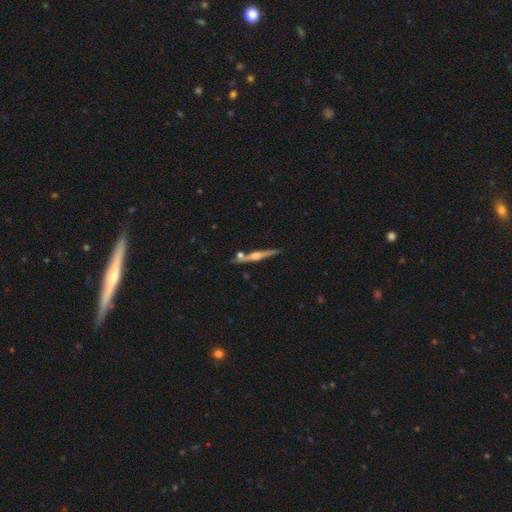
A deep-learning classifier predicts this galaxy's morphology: Smooth or featured?
  - featured or disk: 73% *
  - smooth: 21%
  - star or artifact: 7%
Edge-on disk?
  - yes: 97% *
  - no: 3%
Edge-on bulge?
  - rounded: 84% *
  - boxy: 9%
  - none: 7%
Merging?
  - none: 77% *
  - minor disturbance: 10%
  - merger: 10%
  - major disturbance: 3%